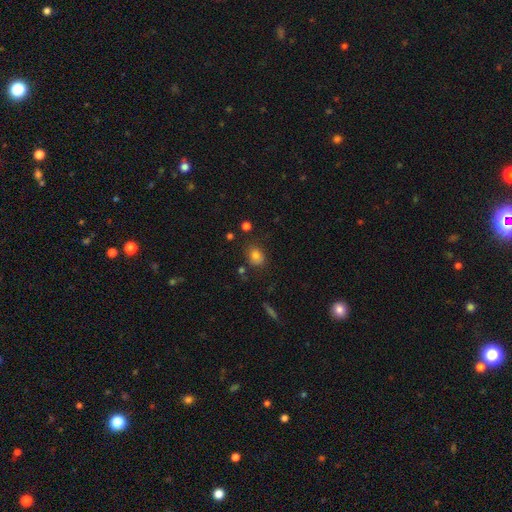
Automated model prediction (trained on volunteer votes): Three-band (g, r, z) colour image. It shows a smooth galaxy with no disk features (79%) that is round (51%). Merging: none (76%).